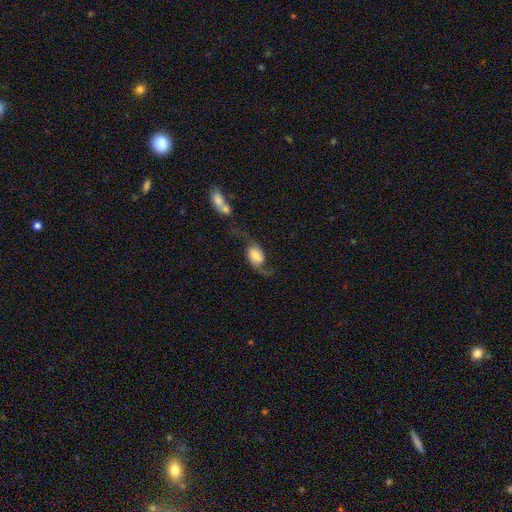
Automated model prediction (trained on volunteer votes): smooth_or_featured: featured or disk (p=0.68) [alt: smooth p=0.24]
disk_edge_on: no (p=0.96) [alt: yes p=0.04]
bar: weak (p=0.43) [alt: no p=0.38]
has_spiral_arms: yes (p=0.91) [alt: no p=0.09]
spiral_winding: loose (p=0.81) [alt: medium p=0.15]
spiral_arm_count: 2 (p=0.90) [alt: 1 p=0.05]
bulge_size: moderate (p=0.26) [tied with: large p=0.26]
merging: none (p=0.44) [alt: major disturbance p=0.28]